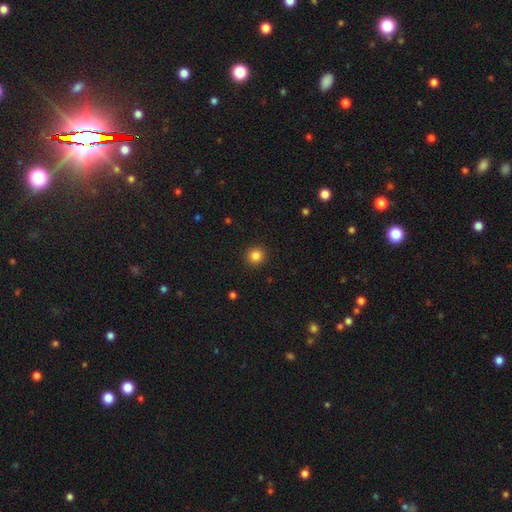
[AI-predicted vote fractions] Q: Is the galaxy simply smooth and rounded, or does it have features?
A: smooth — 85%.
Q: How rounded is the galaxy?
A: round — 94%.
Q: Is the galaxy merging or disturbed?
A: none — 92%.